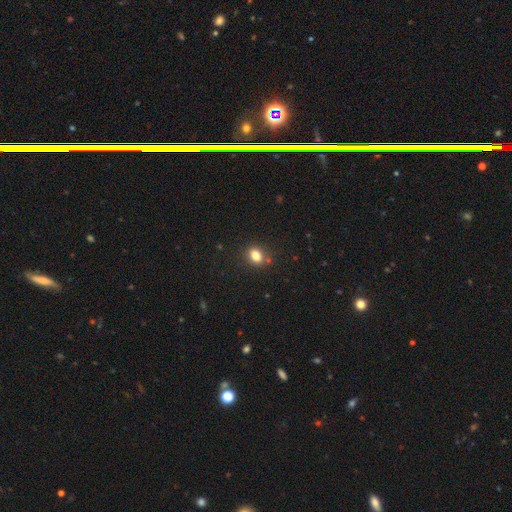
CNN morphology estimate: Overall: smooth (82%). How rounded: in between (63%; round 35%). Merging: none (80%).